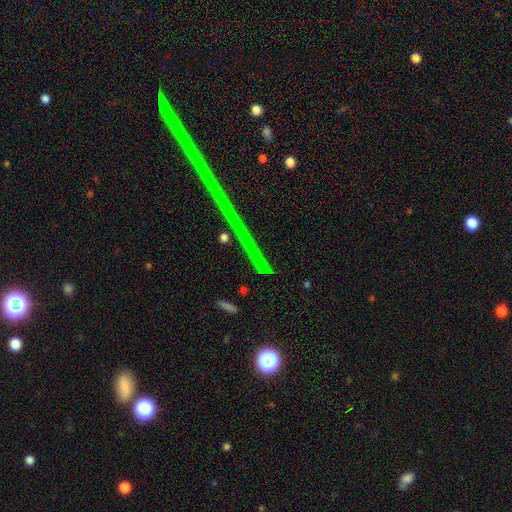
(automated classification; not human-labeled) Smooth or featured? Predicted: star or artifact (p=0.74).